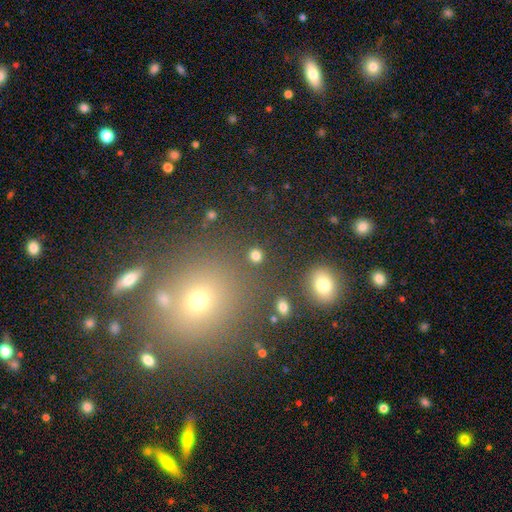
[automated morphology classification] Smooth or featured? smooth (82%)
How rounded? round (88%)
Merging? none (88%)